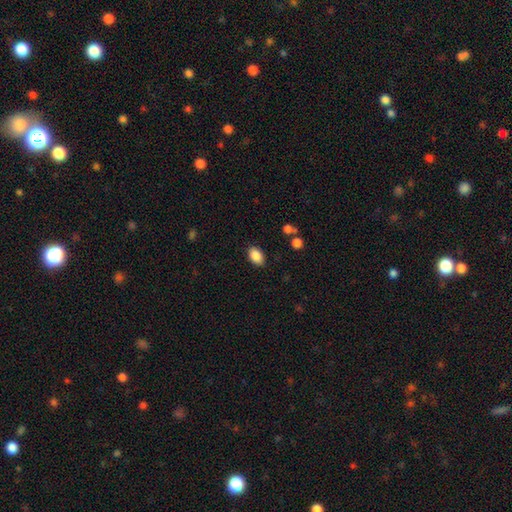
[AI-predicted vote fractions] Overall: smooth (87%). How rounded: in between (87%). Merging: none (87%).